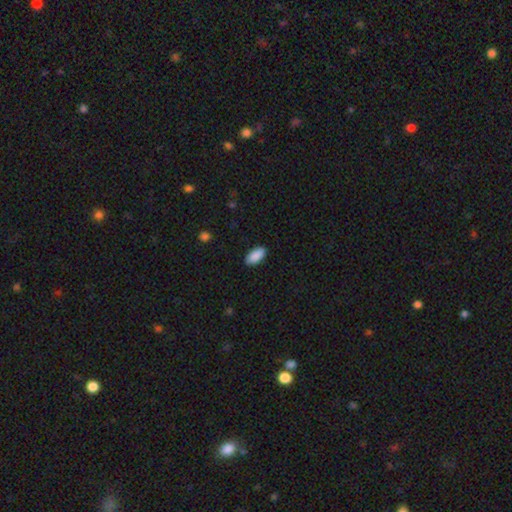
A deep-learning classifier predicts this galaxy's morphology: Smooth or featured?
  - smooth: 90% *
  - star or artifact: 6%
  - featured or disk: 4%
How rounded?
  - in between: 92% *
  - cigar-shaped: 6%
  - round: 2%
Merging?
  - none: 89% *
  - minor disturbance: 8%
  - major disturbance: 2%
  - merger: 1%